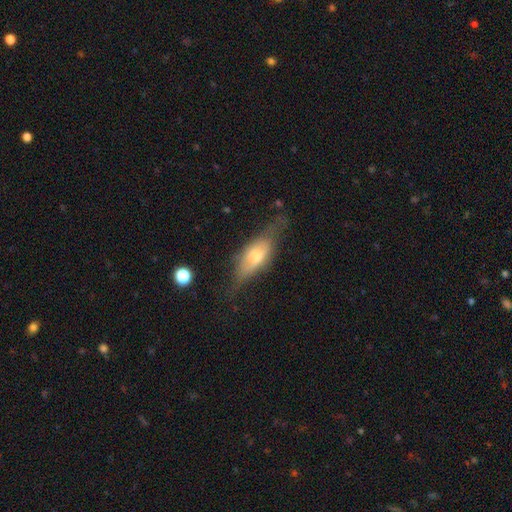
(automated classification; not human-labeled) Smooth or featured? featured or disk (48%)
Merging? none (57%)